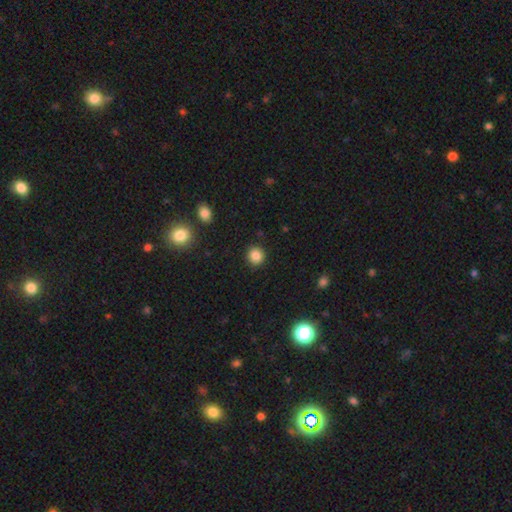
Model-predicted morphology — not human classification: A smooth galaxy with no disk features (85%) that is round (90%).

Vote fractions:
- Smooth or featured? smooth: 85% / star or artifact: 11% / featured or disk: 4%
- How rounded? round: 90% / in between: 9% / cigar-shaped: 1%
- Merging? none: 91% / minor disturbance: 6% / major disturbance: 2% / merger: 1%